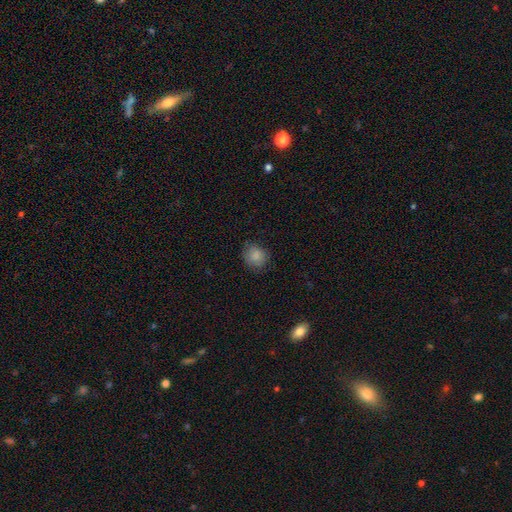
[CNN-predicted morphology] Smooth or featured: smooth — 86% (star or artifact — 9%)
How rounded: round — 77% (in between — 22%)
Merging: none — 77% (minor disturbance — 18%)